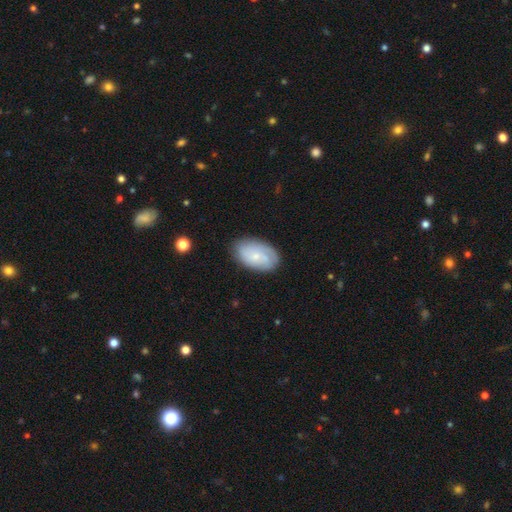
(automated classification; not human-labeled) smooth-or-featured: featured or disk: 48% | smooth: 45% | star or artifact: 7%
  merging: none: 77% | minor disturbance: 17% | major disturbance: 4% | merger: 2%